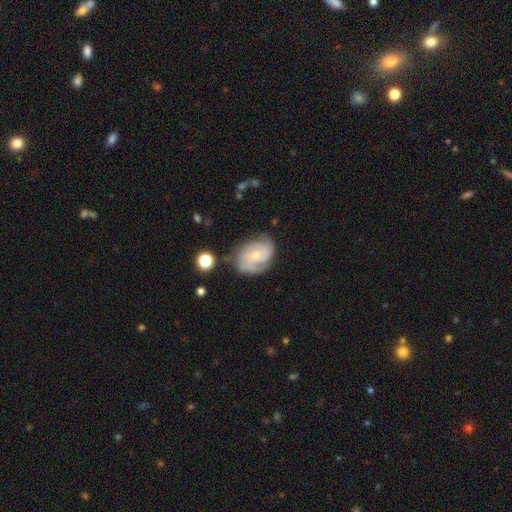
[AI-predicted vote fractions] A featured or disk galaxy (77%) with no bar (69%), 2 (39%) tight (52%) spiral arms (93%) and a small central bulge (64%).

Vote fractions:
- Smooth or featured? featured or disk: 77% / smooth: 17% / star or artifact: 6%
- Edge-on disk? no: 97% / yes: 3%
- Bar? no: 69% / weak: 27% / strong: 4%
- Spiral arms? yes: 93% / no: 7%
- Spiral winding? tight: 52% / medium: 37% / loose: 11%
- Spiral arm count? 2: 39% / can't tell: 25% / 3: 23% / 1: 5% / 4: 4% / more than 4: 3%
- Bulge size? small: 64% / moderate: 32% / none: 2% / large: 1% / dominant: 1%
- Merging? none: 65% / minor disturbance: 24% / major disturbance: 8% / merger: 3%